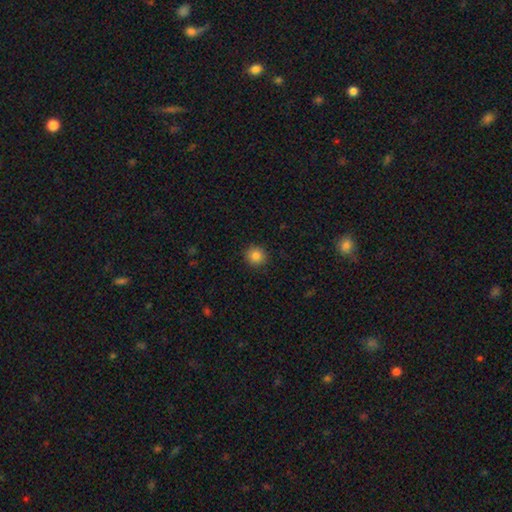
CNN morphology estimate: smooth 84%, star or artifact 11%, featured or disk 5%. Down the decision tree: how rounded — round (91%); merging — none (91%).